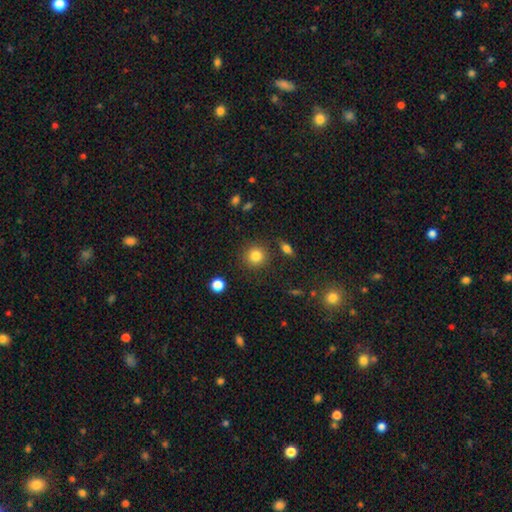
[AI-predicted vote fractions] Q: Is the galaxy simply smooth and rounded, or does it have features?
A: smooth — 83%.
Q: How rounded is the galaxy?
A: round — 91%.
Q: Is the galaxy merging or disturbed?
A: none — 86%.